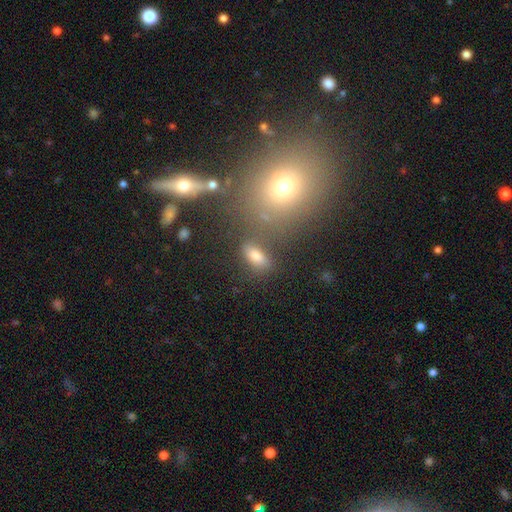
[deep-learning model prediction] Overall: smooth (76%). How rounded: in between (83%). Merging: none (73%).